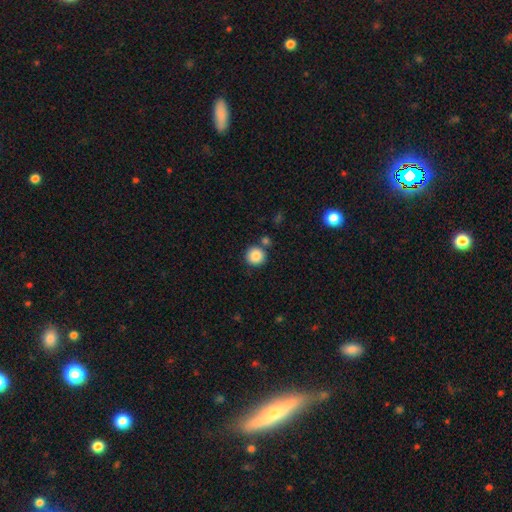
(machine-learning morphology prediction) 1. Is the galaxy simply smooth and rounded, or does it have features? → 87% smooth, 9% star or artifact, 4% featured or disk.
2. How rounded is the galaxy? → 95% round, 4% in between, 1% cigar-shaped.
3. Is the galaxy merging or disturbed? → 80% none, 10% merger, 7% minor disturbance, 2% major disturbance.